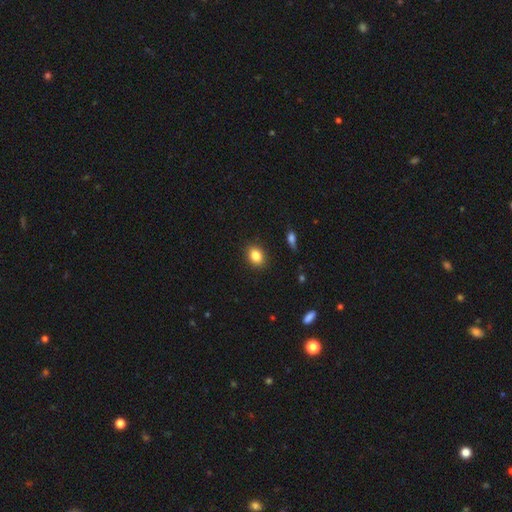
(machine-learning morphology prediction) Smooth or featured?
  - smooth: 85% *
  - star or artifact: 9%
  - featured or disk: 6%
How rounded?
  - in between: 56% *
  - round: 43%
  - cigar-shaped: 1%
Merging?
  - none: 89% *
  - minor disturbance: 8%
  - major disturbance: 2%
  - merger: 1%